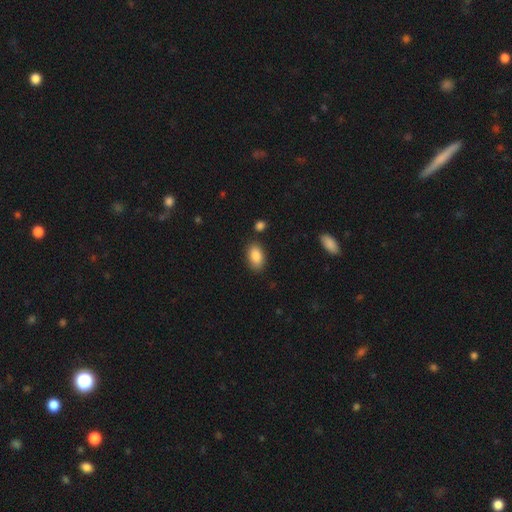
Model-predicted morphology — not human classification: Smooth or featured? Predicted: smooth (p=0.87). How rounded? Predicted: in between (p=0.92). Merging? Predicted: none (p=0.83).